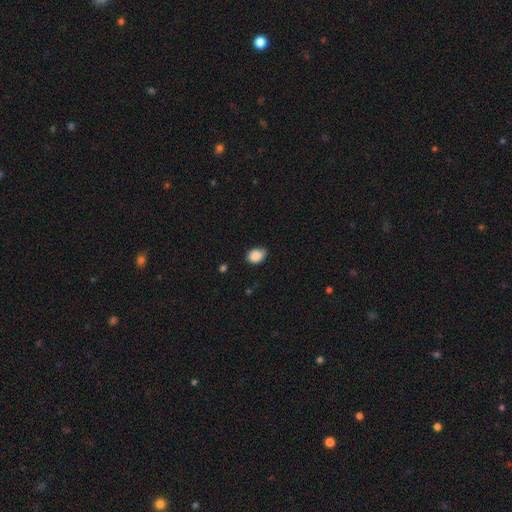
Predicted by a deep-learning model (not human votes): smooth_or_featured: smooth (p=0.88) [alt: star or artifact p=0.08]
how_rounded: in between (p=0.68) [alt: round p=0.31]
merging: none (p=0.68) [alt: minor disturbance p=0.27]